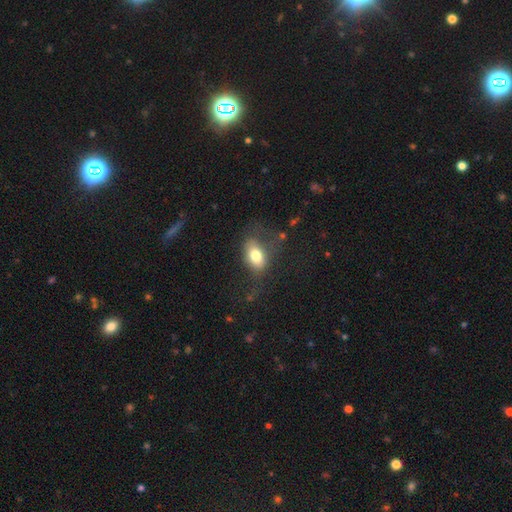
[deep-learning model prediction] This appears to be a smooth galaxy with no disk features (74%) that is in between round and cigar-shaped (84%). Merging: none (49%).